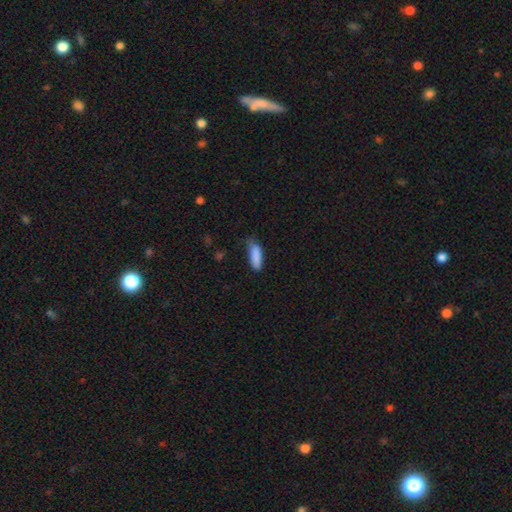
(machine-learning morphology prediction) This is clearly a smooth galaxy (87%). How rounded: possibly cigar-shaped (49%, tied with in between). Merging: possibly none (60%).